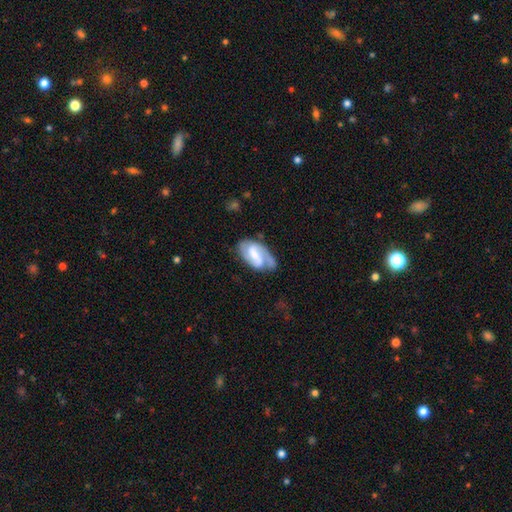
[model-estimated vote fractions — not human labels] Morphology: type=featured or disk (76%); edge-on=no (97%); bar=strong (45%); spiral arms=yes (91%); winding=medium (46%); arm count=2 (76%); bulge=small (37%); merging=none (60%).